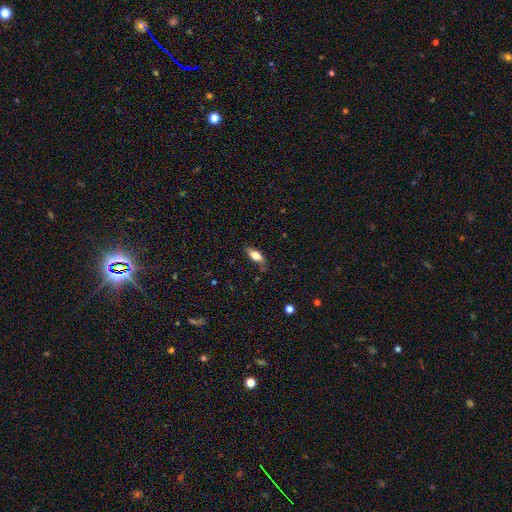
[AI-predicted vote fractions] A smooth galaxy with no disk features (72%) that is in between round and cigar-shaped (77%).

Vote fractions:
- Smooth or featured? smooth: 72% / featured or disk: 20% / star or artifact: 7%
- How rounded? in between: 77% / cigar-shaped: 20% / round: 3%
- Merging? none: 71% / minor disturbance: 21% / major disturbance: 5% / merger: 3%